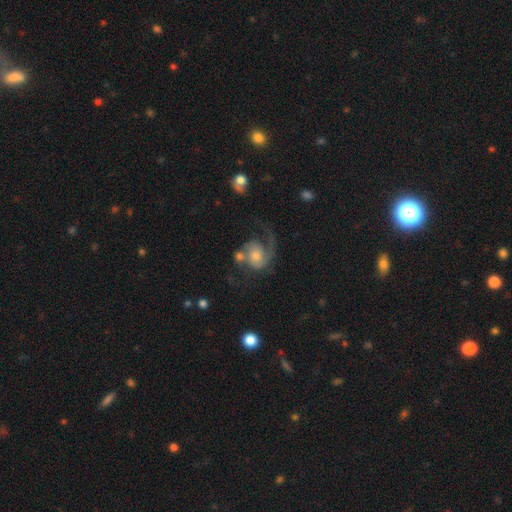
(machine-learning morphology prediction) Q: Smooth or featured?
A: featured or disk (77%); runner-up: smooth (16%)
Q: Edge-on disk?
A: no (98%); runner-up: yes (2%)
Q: Bar?
A: no (70%); runner-up: weak (26%)
Q: Spiral arms?
A: yes (93%); runner-up: no (7%)
Q: Spiral winding?
A: medium (44%); runner-up: loose (39%)
Q: Spiral arm count?
A: 2 (58%); runner-up: 1 (33%)
Q: Bulge size?
A: moderate (54%); runner-up: small (32%)
Q: Merging?
A: none (42%); runner-up: major disturbance (25%)